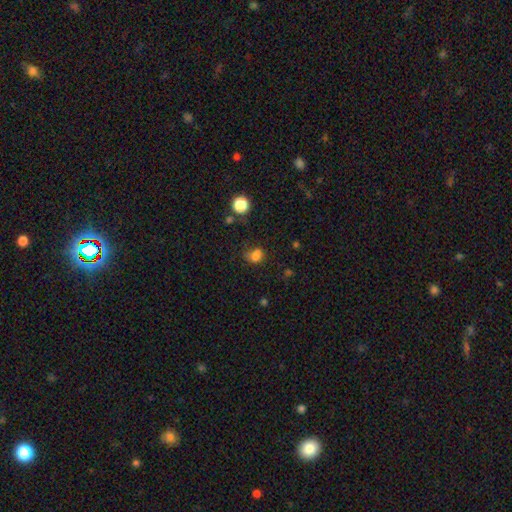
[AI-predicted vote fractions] This appears to be a smooth galaxy with no disk features (73%) that is round (55%). Merging: none (41%).